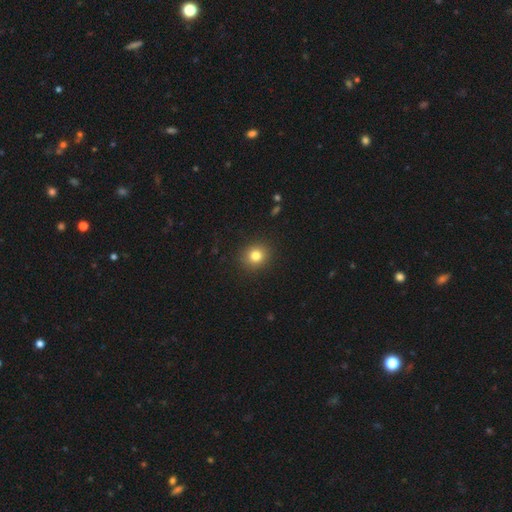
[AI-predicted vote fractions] Morphology: type=smooth (81%); roundness=round (84%); merging=none (90%).